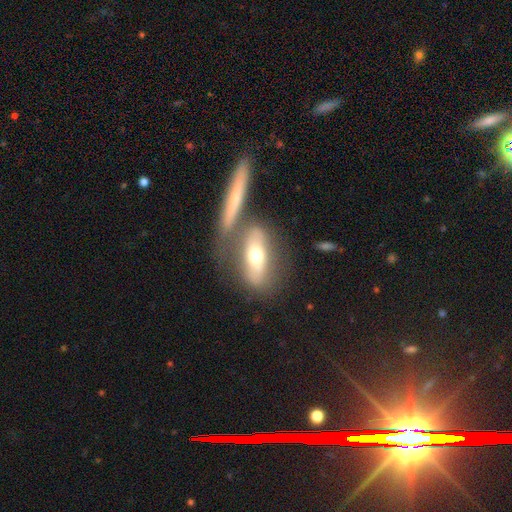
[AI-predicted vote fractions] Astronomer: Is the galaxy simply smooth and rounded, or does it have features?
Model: smooth — 52% (runner-up: featured or disk, 41%).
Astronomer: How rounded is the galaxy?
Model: in between — 61%.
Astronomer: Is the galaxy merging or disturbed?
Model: none — 49% (runner-up: merger, 31%).